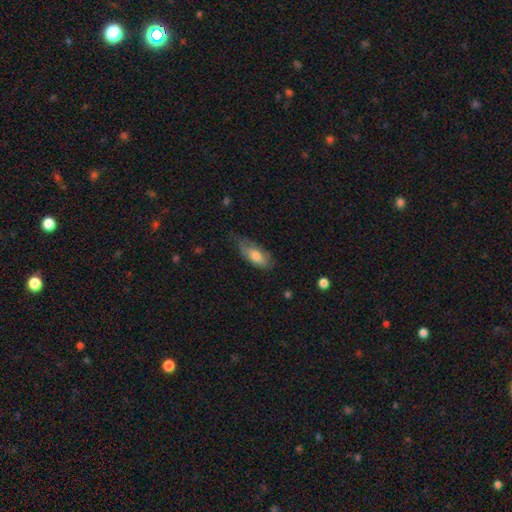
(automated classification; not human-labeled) Overall: smooth (73%). How rounded: in between (83%). Merging: none (56%; minor disturbance 33%).